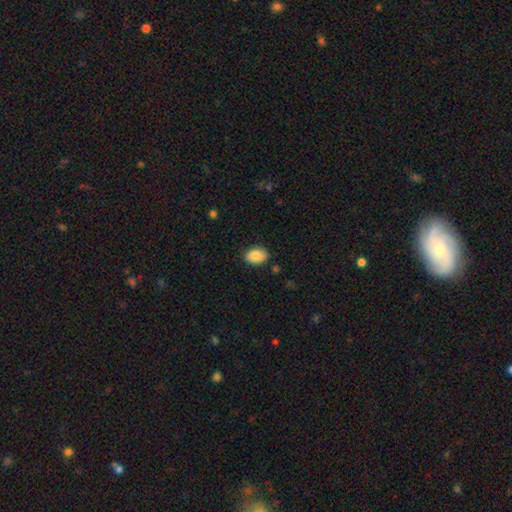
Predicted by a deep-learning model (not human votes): smooth-or-featured: smooth: 85% | featured or disk: 7% | star or artifact: 7%
  how-rounded: in between: 79% | round: 20% | cigar-shaped: 1%
  merging: none: 85% | minor disturbance: 12% | major disturbance: 2% | merger: 1%